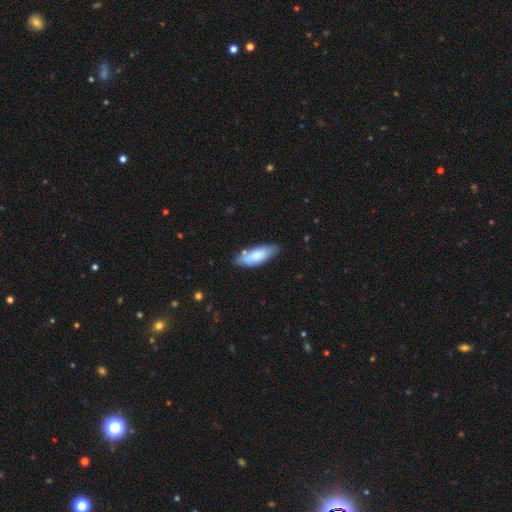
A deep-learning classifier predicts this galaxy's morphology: Smooth or featured? smooth (78%)
How rounded? in between (69%)
Merging? none (72%)